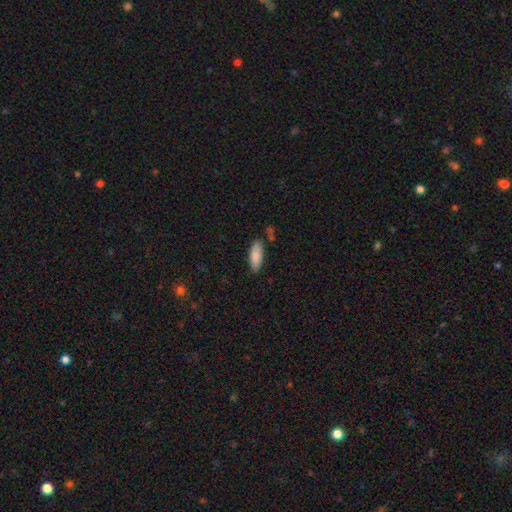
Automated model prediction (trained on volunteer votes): Smooth or featured?
  - smooth: 88% *
  - star or artifact: 6%
  - featured or disk: 6%
How rounded?
  - in between: 77% *
  - cigar-shaped: 21%
  - round: 2%
Merging?
  - none: 79% *
  - minor disturbance: 14%
  - merger: 4%
  - major disturbance: 3%